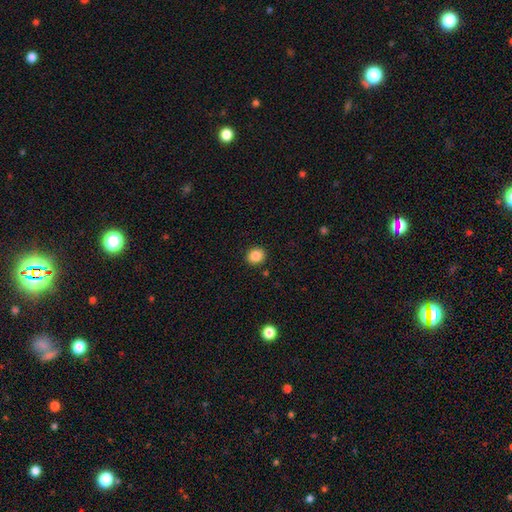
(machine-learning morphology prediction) smooth 86%, star or artifact 10%, featured or disk 4%. Down the decision tree: how rounded — round (73%); merging — none (90%).